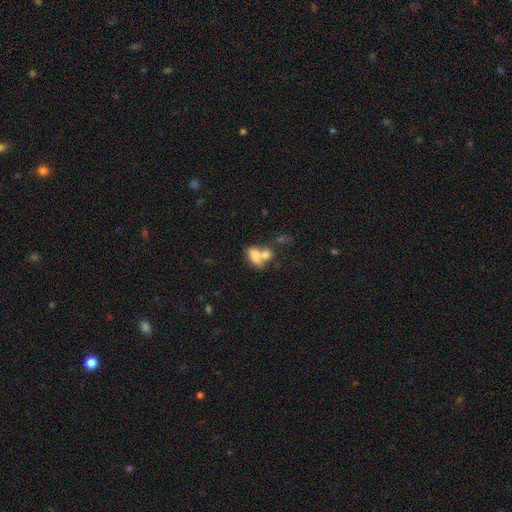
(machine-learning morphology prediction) Smooth or featured: smooth — 74% (featured or disk — 16%)
How rounded: in between — 84% (round — 13%)
Merging: merger — 59% (none — 23%)